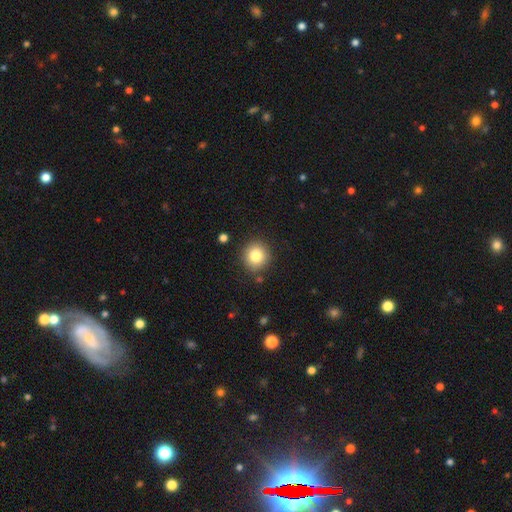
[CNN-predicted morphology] smooth_or_featured: smooth (p=0.80) [alt: star or artifact p=0.11]
how_rounded: round (p=0.90) [alt: in between p=0.09]
merging: none (p=0.87) [alt: minor disturbance p=0.08]